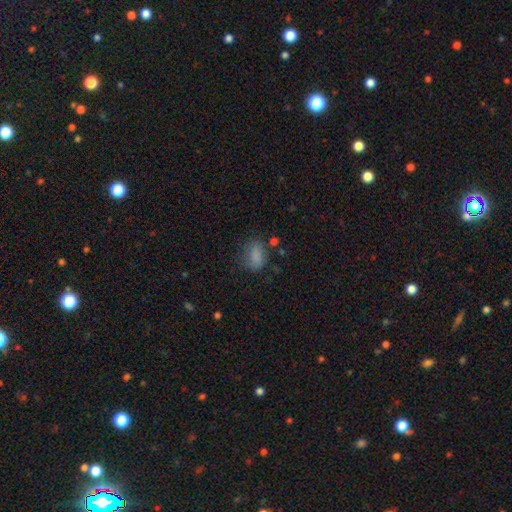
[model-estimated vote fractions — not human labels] smooth-or-featured: smooth: 80% | star or artifact: 11% | featured or disk: 9%
  how-rounded: in between: 78% | round: 20% | cigar-shaped: 2%
  merging: none: 60% | minor disturbance: 25% | major disturbance: 12% | merger: 4%